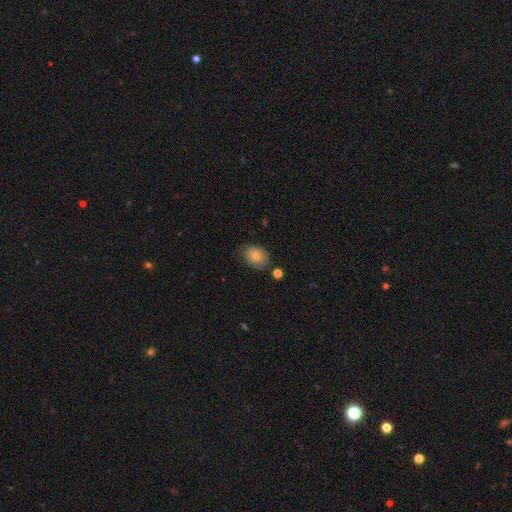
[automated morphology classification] type=smooth (71%); roundness=in between (51%); merging=none (64%).